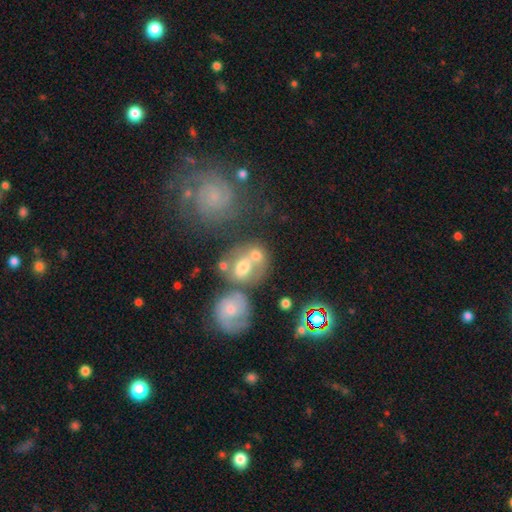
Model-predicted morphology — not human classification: Smooth or featured: smooth — 54% (featured or disk — 32%)
How rounded: round — 53% (in between — 45%)
Merging: merger — 48% (none — 31%)